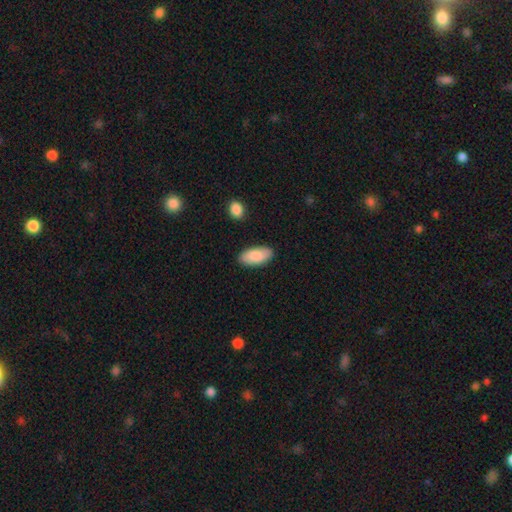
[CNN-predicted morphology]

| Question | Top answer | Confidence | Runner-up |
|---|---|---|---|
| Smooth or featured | smooth | 86% | featured or disk (8%) |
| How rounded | in between | 92% | cigar-shaped (6%) |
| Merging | none | 86% | minor disturbance (10%) |